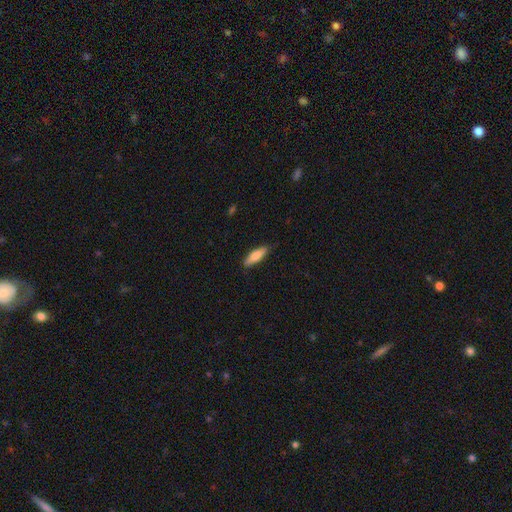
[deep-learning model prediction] smooth 79%, featured or disk 16%, star or artifact 6%. Down the decision tree: how rounded — cigar-shaped (56%); merging — none (84%).